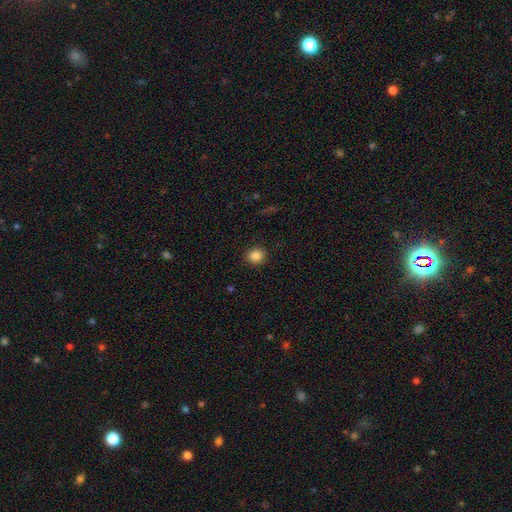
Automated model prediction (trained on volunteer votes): This appears to be a smooth galaxy with no disk features (85%) that is round (82%). Merging: none (91%).